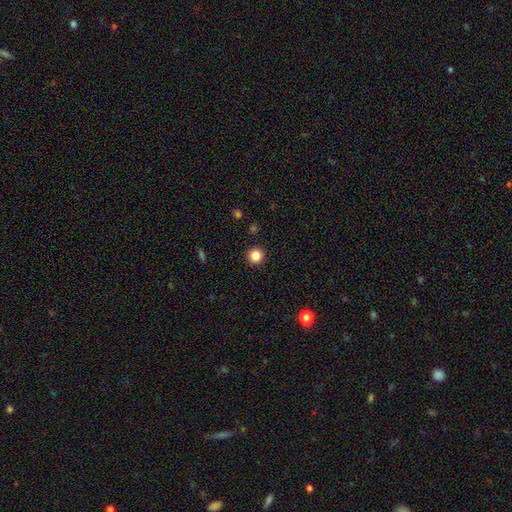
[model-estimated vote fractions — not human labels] Smooth or featured? smooth (84%)
How rounded? round (95%)
Merging? none (93%)